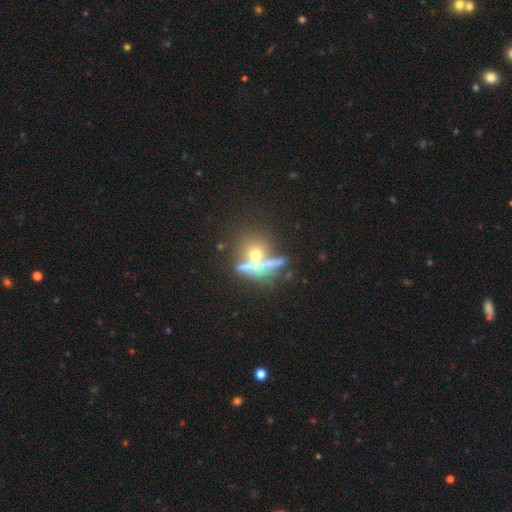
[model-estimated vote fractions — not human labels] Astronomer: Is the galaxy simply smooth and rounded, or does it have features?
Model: featured or disk — 44% (runner-up: smooth, 33%).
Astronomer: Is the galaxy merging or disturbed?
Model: none — 44% (runner-up: merger, 39%).